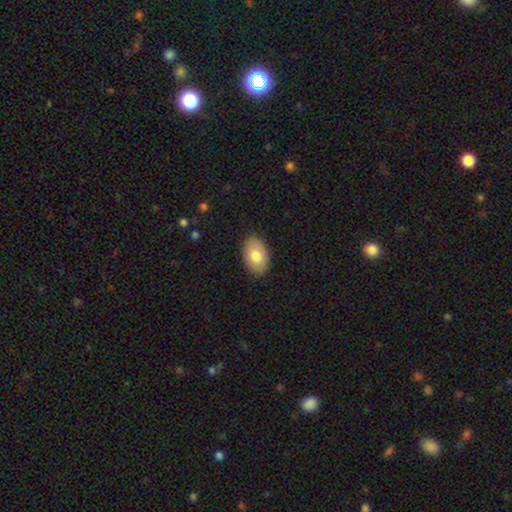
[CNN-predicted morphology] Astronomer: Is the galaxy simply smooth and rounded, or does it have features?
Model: smooth — 78%.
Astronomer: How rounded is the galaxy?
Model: in between — 90%.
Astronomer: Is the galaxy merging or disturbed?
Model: none — 87%.